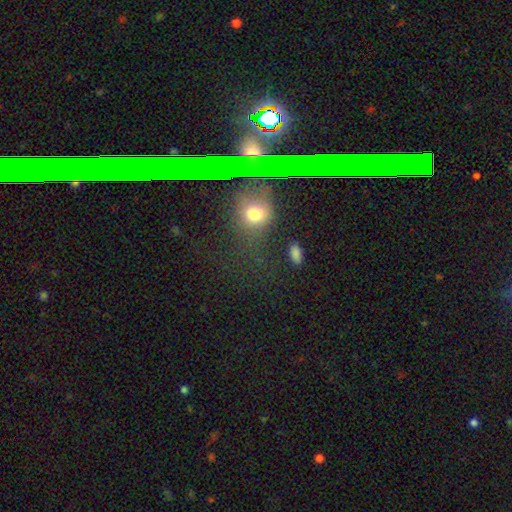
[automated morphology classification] Overall: star or artifact (73%).